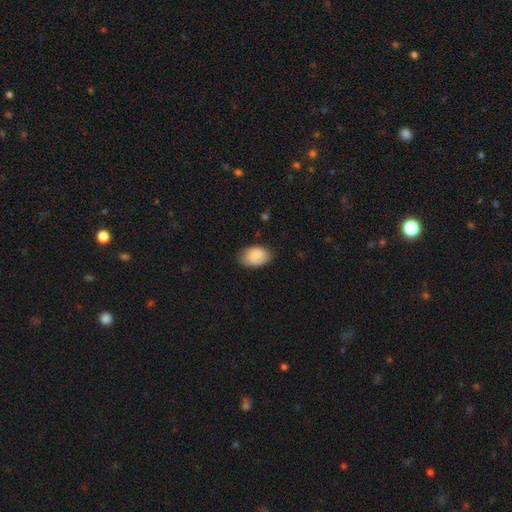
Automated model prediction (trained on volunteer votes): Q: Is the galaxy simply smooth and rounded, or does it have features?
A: smooth — 84%.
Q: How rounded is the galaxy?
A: in between — 82%.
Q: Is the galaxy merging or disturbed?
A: none — 77%.